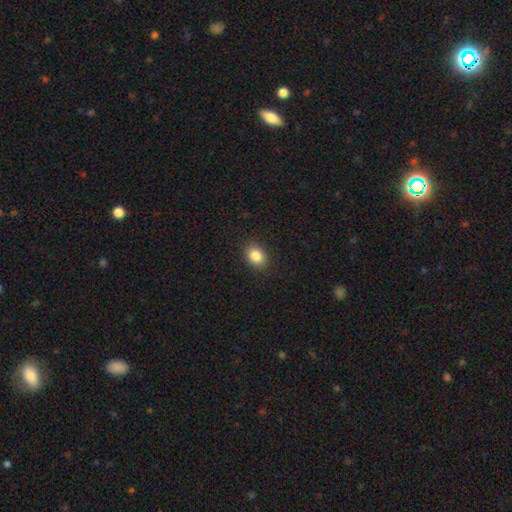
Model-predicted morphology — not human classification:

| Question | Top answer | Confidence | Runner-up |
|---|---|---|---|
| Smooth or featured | smooth | 85% | star or artifact (9%) |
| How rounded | in between | 64% | round (34%) |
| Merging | none | 89% | minor disturbance (8%) |